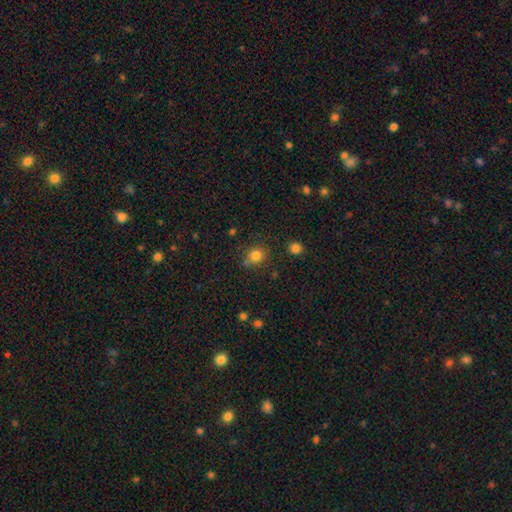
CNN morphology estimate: This appears to be a smooth galaxy with no disk features (81%) that is round (82%). Merging: none (73%).